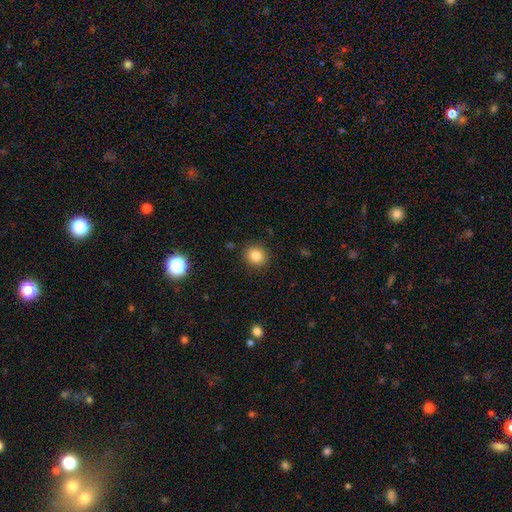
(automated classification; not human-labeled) Q: Smooth or featured?
A: smooth (82%); runner-up: star or artifact (11%)
Q: How rounded?
A: round (86%); runner-up: in between (13%)
Q: Merging?
A: none (90%); runner-up: minor disturbance (7%)